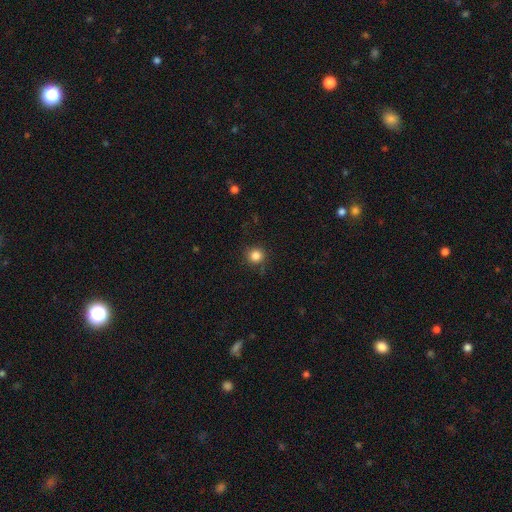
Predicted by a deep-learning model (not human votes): A smooth galaxy with no disk features (83%) that is round (93%). Merging: none (87%).